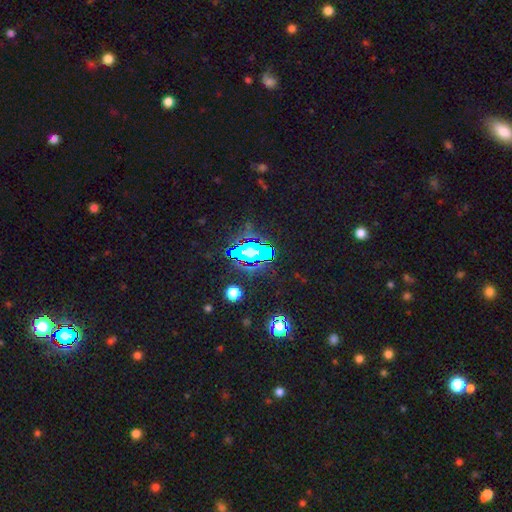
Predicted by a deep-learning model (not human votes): A star or artifact, not a galaxy (71%).